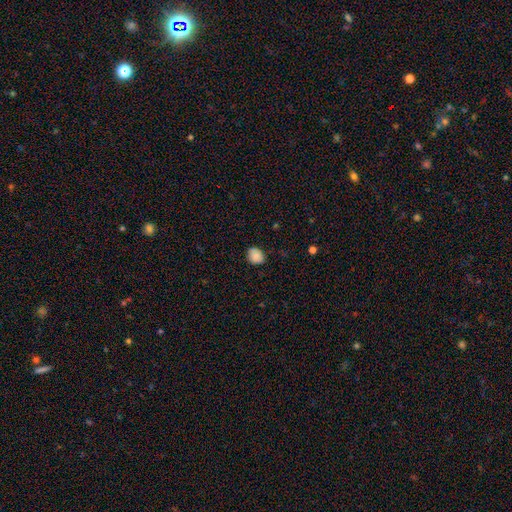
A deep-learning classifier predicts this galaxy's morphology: smooth_or_featured: smooth (p=0.87) [alt: star or artifact p=0.09]
how_rounded: round (p=0.55) [alt: in between p=0.44]
merging: none (p=0.77) [alt: minor disturbance p=0.19]